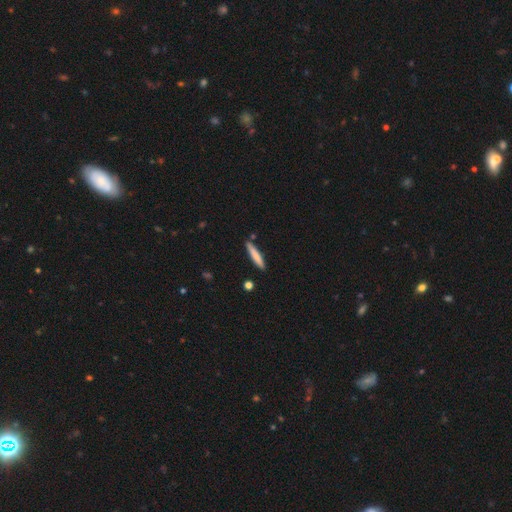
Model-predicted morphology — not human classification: smooth 77%, featured or disk 18%, star or artifact 6%. Down the decision tree: how rounded — cigar-shaped (91%); merging — none (84%).